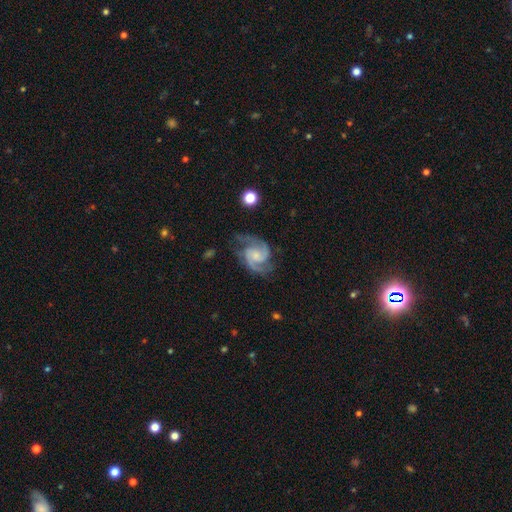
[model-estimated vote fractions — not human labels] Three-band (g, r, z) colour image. It shows a featured or disk galaxy (91%) with no bar (58%), 2 (85%) medium (57%) spiral arms (98%) and a small central bulge (44%). Merging: none (69%).